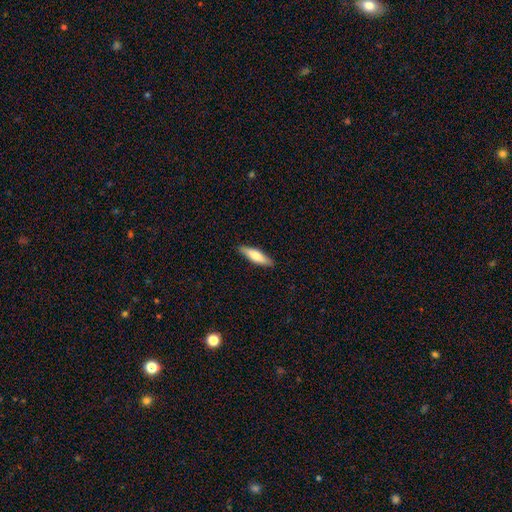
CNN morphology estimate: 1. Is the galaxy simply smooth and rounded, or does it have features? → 67% smooth, 27% featured or disk, 5% star or artifact.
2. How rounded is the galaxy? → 67% cigar-shaped, 32% in between, 2% round.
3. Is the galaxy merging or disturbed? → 88% none, 9% minor disturbance, 2% major disturbance, 1% merger.